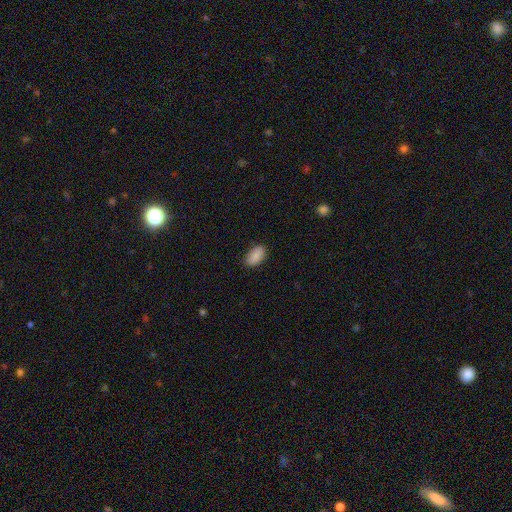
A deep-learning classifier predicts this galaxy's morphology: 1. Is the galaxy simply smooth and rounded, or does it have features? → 88% smooth, 7% star or artifact, 5% featured or disk.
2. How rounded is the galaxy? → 94% in between, 4% round, 2% cigar-shaped.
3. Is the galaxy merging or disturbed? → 84% none, 12% minor disturbance, 2% major disturbance, 1% merger.